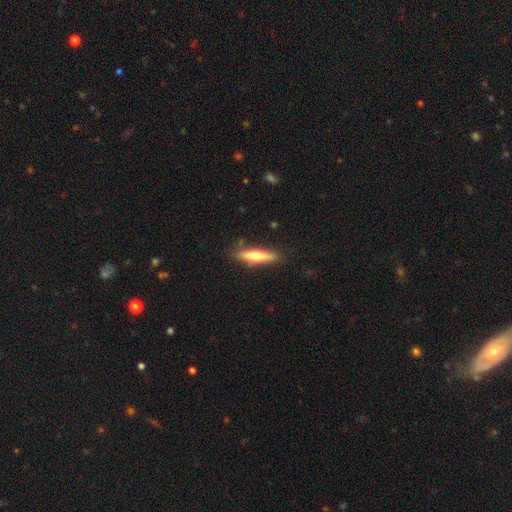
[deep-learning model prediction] Smooth or featured: smooth — 56% (featured or disk — 38%)
How rounded: cigar-shaped — 79% (in between — 19%)
Merging: none — 84% (minor disturbance — 11%)